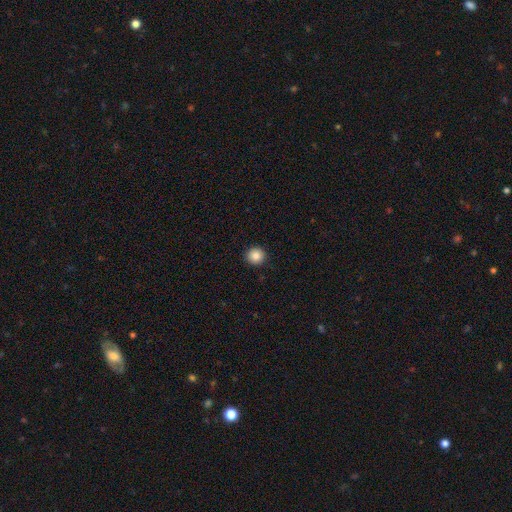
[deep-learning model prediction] Morphology: type=smooth (86%); roundness=round (94%); merging=none (93%).